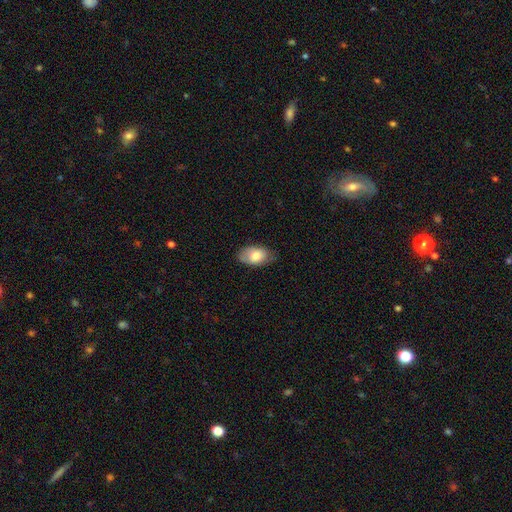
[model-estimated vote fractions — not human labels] The model was most divided on "merging": none: 70%, minor disturbance: 24%, major disturbance: 5%, merger: 1%. More confident: how rounded — in between (92%); smooth or featured — smooth (77%).